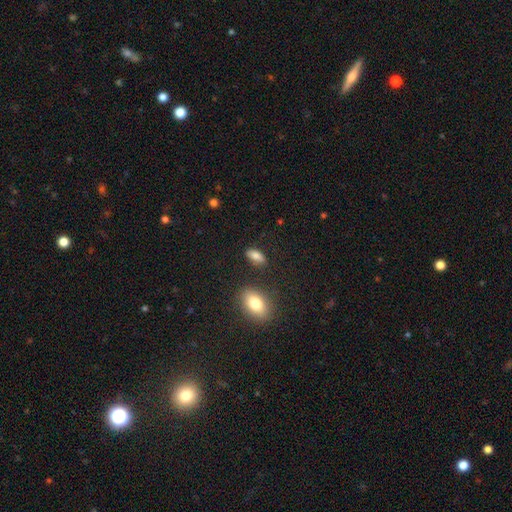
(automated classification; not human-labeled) smooth 81%, featured or disk 11%, star or artifact 8%. Down the decision tree: how rounded — in between (85%); merging — none (84%).